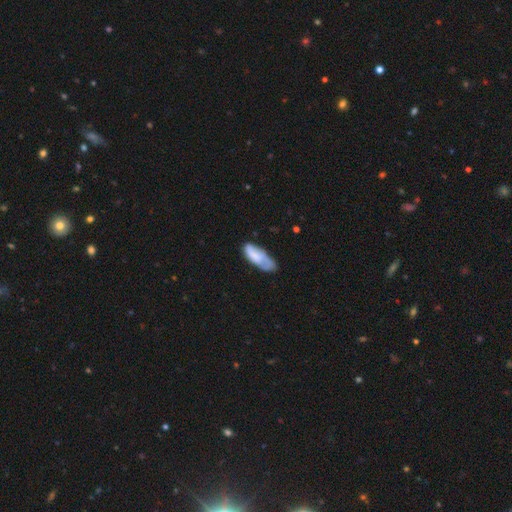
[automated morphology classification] Q: Smooth or featured?
A: smooth (66%); runner-up: featured or disk (27%)
Q: How rounded?
A: in between (73%); runner-up: cigar-shaped (26%)
Q: Merging?
A: none (47%); runner-up: minor disturbance (35%)